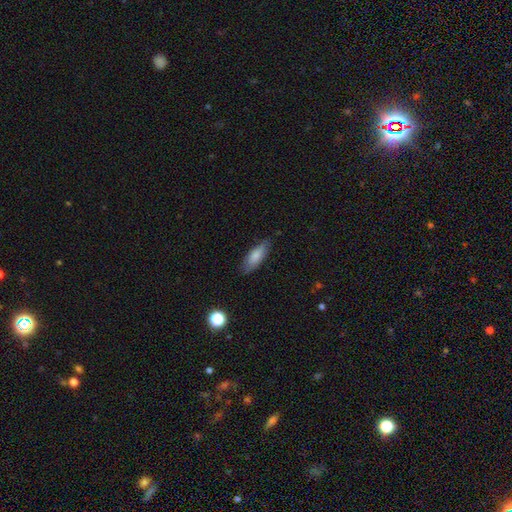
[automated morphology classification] Smooth or featured?
  - smooth: 79% *
  - featured or disk: 15%
  - star or artifact: 6%
How rounded?
  - in between: 64% *
  - cigar-shaped: 34%
  - round: 2%
Merging?
  - none: 79% *
  - minor disturbance: 17%
  - major disturbance: 3%
  - merger: 1%